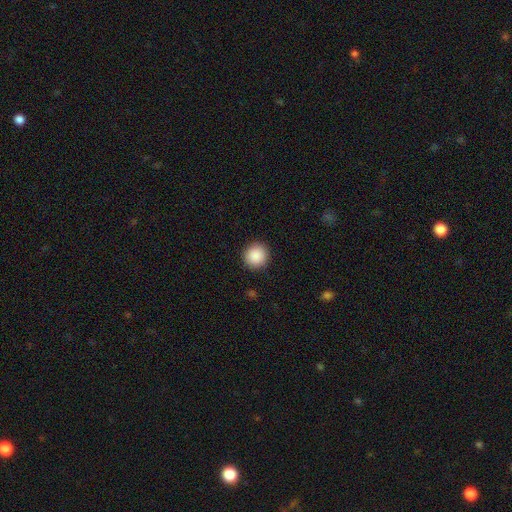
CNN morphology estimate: smooth 89%, star or artifact 8%, featured or disk 3%. Down the decision tree: how rounded — round (94%); merging — none (91%).